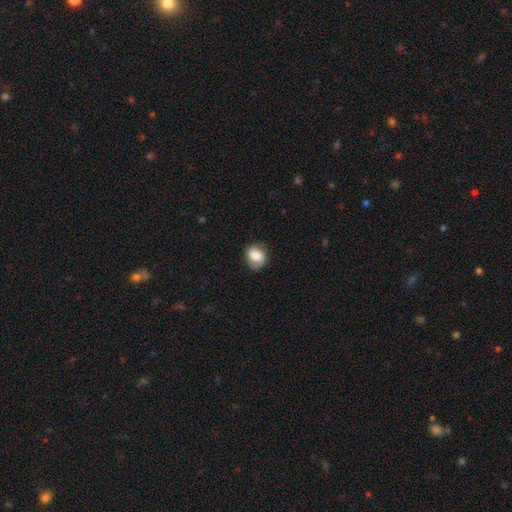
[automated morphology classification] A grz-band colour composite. It shows a smooth galaxy with no disk features (64%) that is in between round and cigar-shaped (50%). Merging: none (77%).